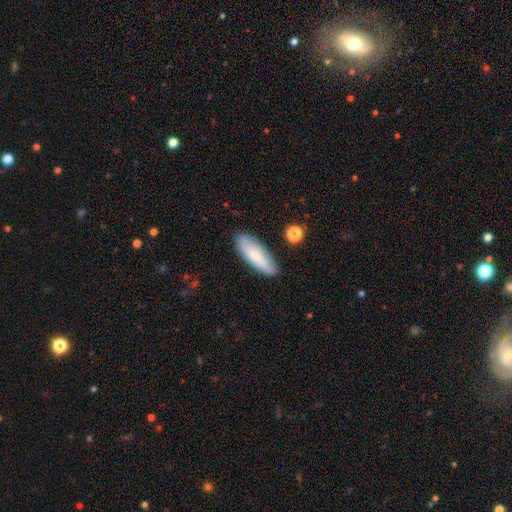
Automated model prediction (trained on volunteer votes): A smooth galaxy with no disk features (76%) that is in between round and cigar-shaped (51%). Merging: none (84%).